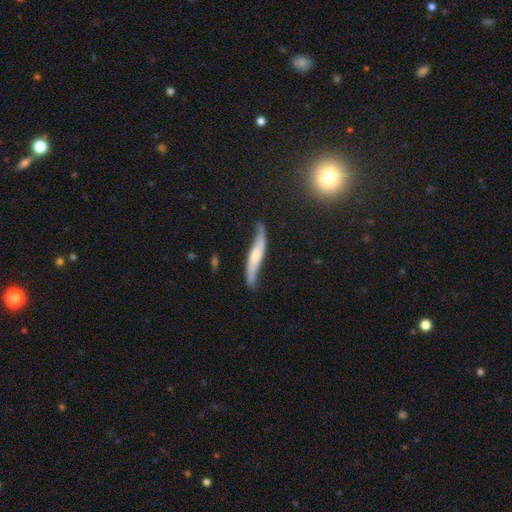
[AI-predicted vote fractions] A featured or disk galaxy (61%) viewed edge-on (58%).

Vote fractions:
- Smooth or featured? featured or disk: 61% / smooth: 34% / star or artifact: 6%
- Edge-on disk? yes: 58% / no: 42%
- Merging? none: 59% / minor disturbance: 29% / major disturbance: 9% / merger: 3%